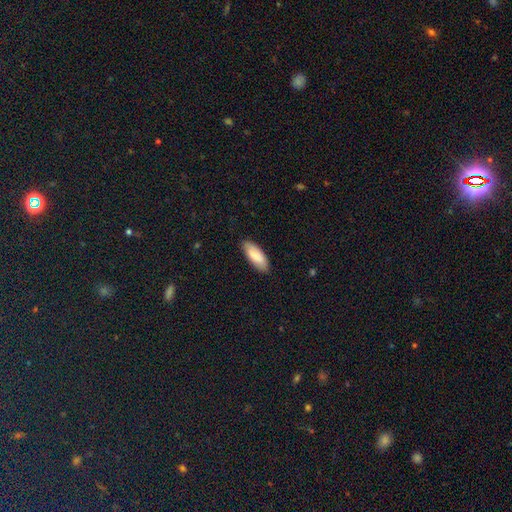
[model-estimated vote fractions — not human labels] smooth-or-featured: smooth: 86% | featured or disk: 9% | star or artifact: 5%
  how-rounded: in between: 77% | cigar-shaped: 22% | round: 1%
  merging: none: 86% | minor disturbance: 11% | major disturbance: 2% | merger: 1%